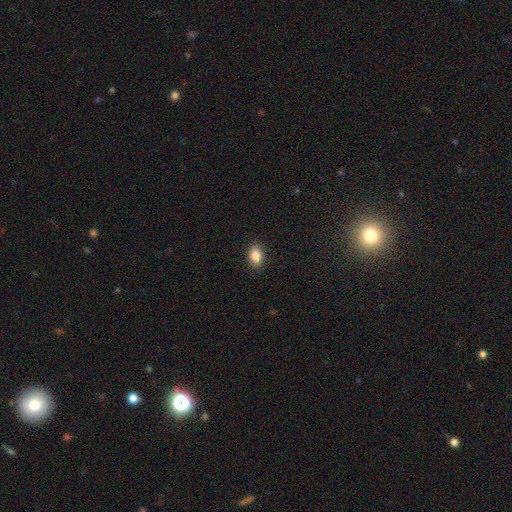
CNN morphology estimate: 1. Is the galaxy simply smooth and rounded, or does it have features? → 86% smooth, 8% star or artifact, 6% featured or disk.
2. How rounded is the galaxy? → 80% in between, 19% round, 1% cigar-shaped.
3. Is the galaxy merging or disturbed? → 89% none, 8% minor disturbance, 2% major disturbance, 1% merger.